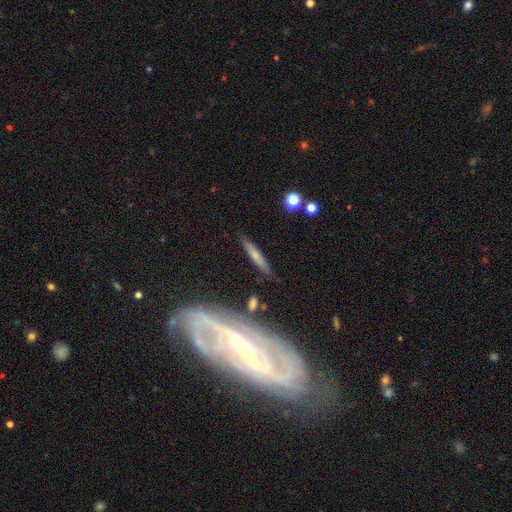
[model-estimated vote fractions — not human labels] A smooth galaxy with no disk features (57%) that is cigar-shaped (87%). Merging: none (83%).